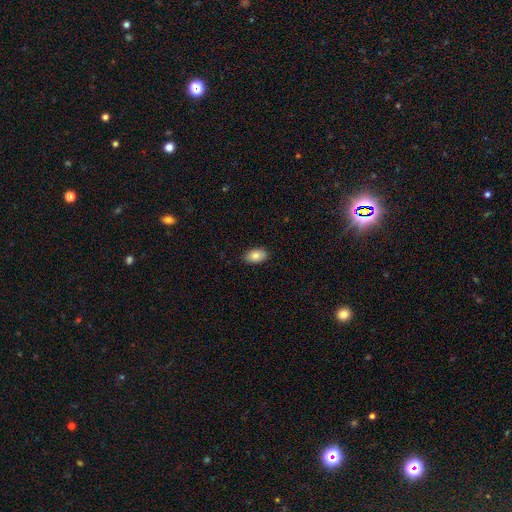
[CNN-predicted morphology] A smooth galaxy with no disk features (84%) that is in between round and cigar-shaped (92%).

Vote fractions:
- Smooth or featured? smooth: 84% / featured or disk: 9% / star or artifact: 7%
- How rounded? in between: 92% / round: 7% / cigar-shaped: 1%
- Merging? none: 88% / minor disturbance: 9% / major disturbance: 2% / merger: 1%